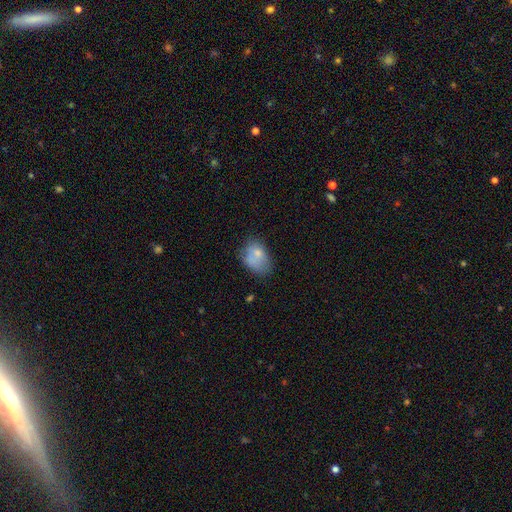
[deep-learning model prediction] A smooth galaxy with no disk features (72%) that is in between round and cigar-shaped (78%). Merging: none (39%).